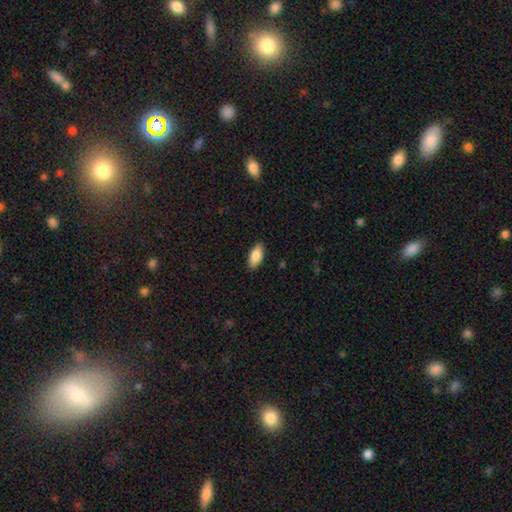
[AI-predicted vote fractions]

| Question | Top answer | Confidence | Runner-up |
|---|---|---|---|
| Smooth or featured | smooth | 84% | featured or disk (10%) |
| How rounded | in between | 86% | cigar-shaped (12%) |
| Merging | none | 88% | minor disturbance (9%) |